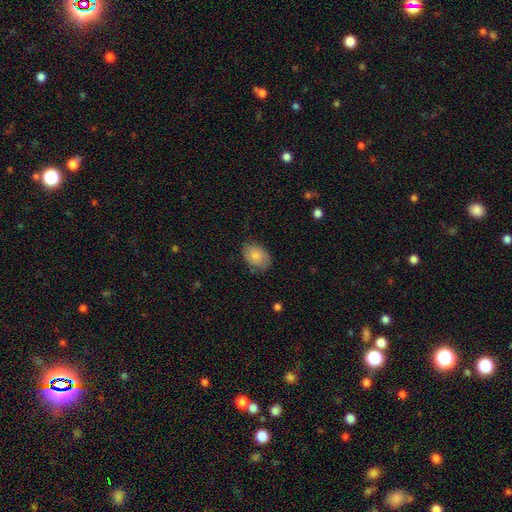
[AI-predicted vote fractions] Q: Smooth or featured?
A: smooth (80%); runner-up: featured or disk (14%)
Q: How rounded?
A: in between (81%); runner-up: round (18%)
Q: Merging?
A: none (74%); runner-up: minor disturbance (20%)